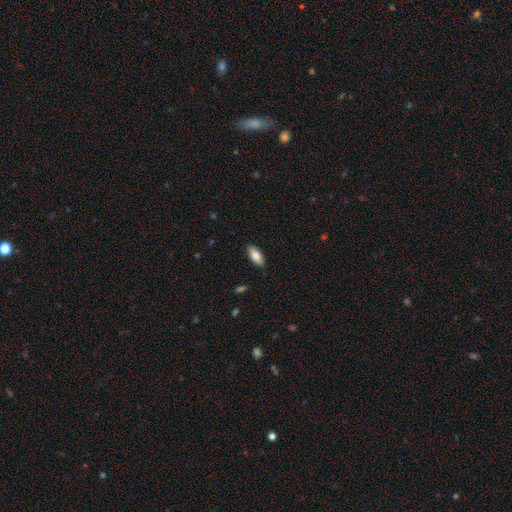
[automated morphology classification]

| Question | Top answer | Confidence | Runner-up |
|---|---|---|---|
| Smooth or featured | smooth | 82% | featured or disk (12%) |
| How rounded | in between | 85% | cigar-shaped (13%) |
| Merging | none | 88% | minor disturbance (9%) |